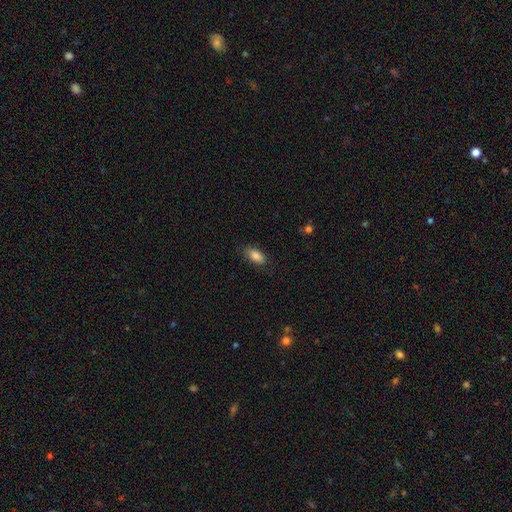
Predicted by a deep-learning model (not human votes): Smooth or featured: smooth — 86% (star or artifact — 7%)
How rounded: in between — 88% (cigar-shaped — 8%)
Merging: none — 83% (minor disturbance — 13%)